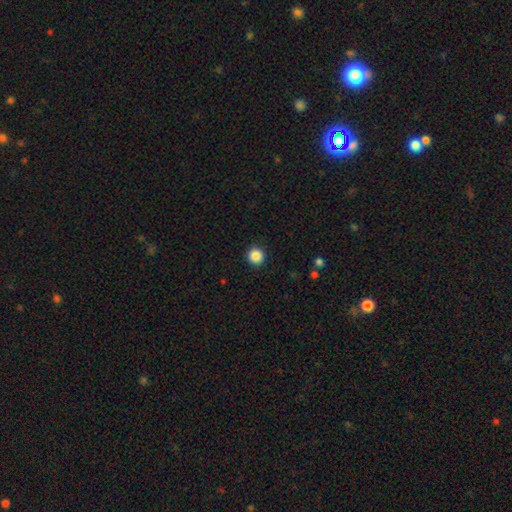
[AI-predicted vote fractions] Smooth or featured?
  - smooth: 88% *
  - star or artifact: 9%
  - featured or disk: 3%
How rounded?
  - round: 95% *
  - in between: 4%
  - cigar-shaped: 1%
Merging?
  - none: 93% *
  - minor disturbance: 5%
  - major disturbance: 2%
  - merger: 1%